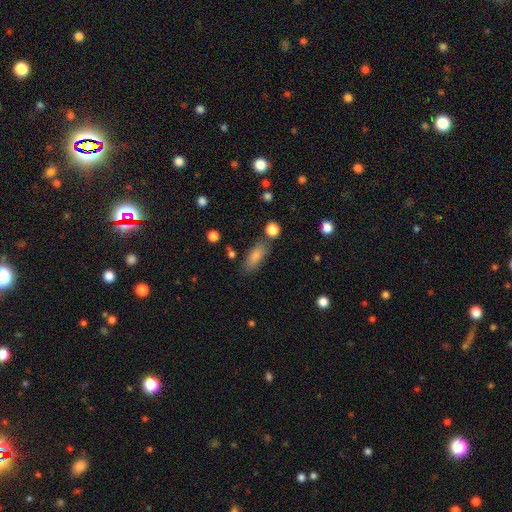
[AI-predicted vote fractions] The model was most divided on "how rounded": in between: 73%, cigar-shaped: 24%, round: 3%. More confident: smooth or featured — smooth (83%); merging — none (73%).